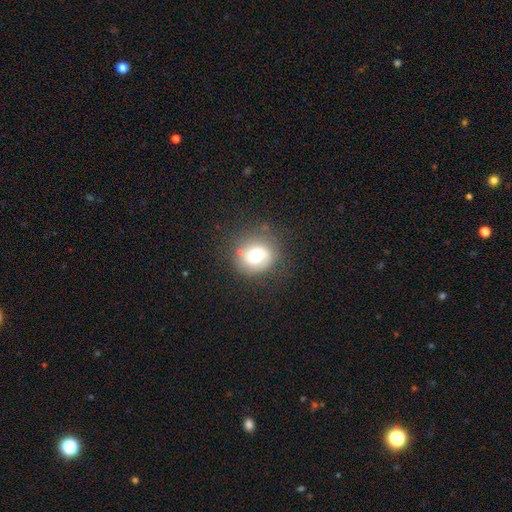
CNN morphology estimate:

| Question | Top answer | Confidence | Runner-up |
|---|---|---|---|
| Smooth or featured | smooth | 69% | featured or disk (19%) |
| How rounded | round | 79% | in between (20%) |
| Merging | none | 71% | minor disturbance (18%) |